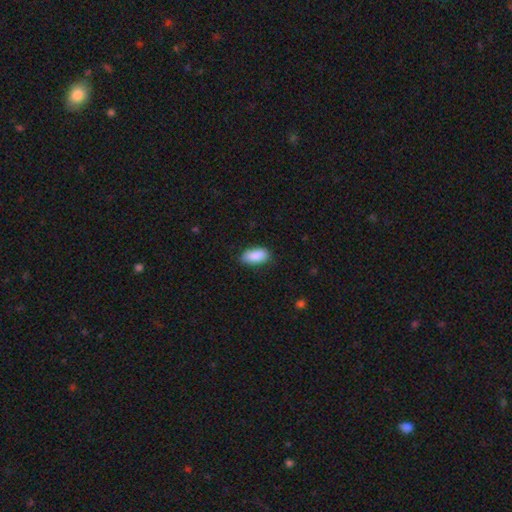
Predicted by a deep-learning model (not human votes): Morphology: type=smooth (89%); roundness=in between (91%); merging=none (79%).